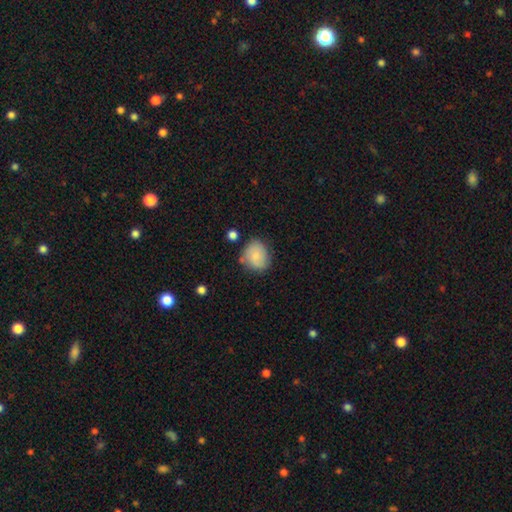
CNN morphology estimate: smooth-or-featured: smooth: 78% | featured or disk: 15% | star or artifact: 8%
  how-rounded: round: 65% | in between: 34% | cigar-shaped: 1%
  merging: none: 70% | minor disturbance: 20% | merger: 5% | major disturbance: 5%